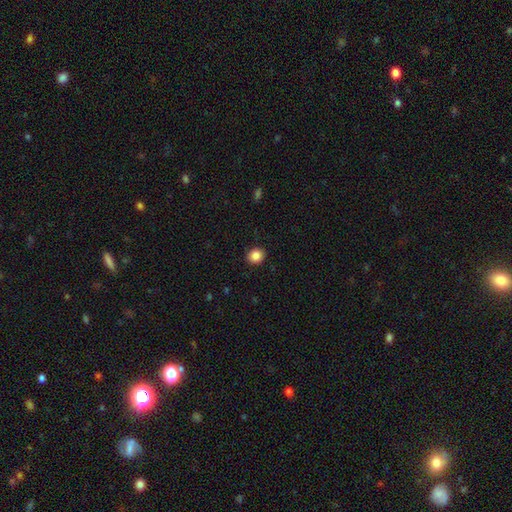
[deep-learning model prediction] This is clearly a smooth galaxy (86%). How rounded: likely round (74%). Merging: clearly none (91%).